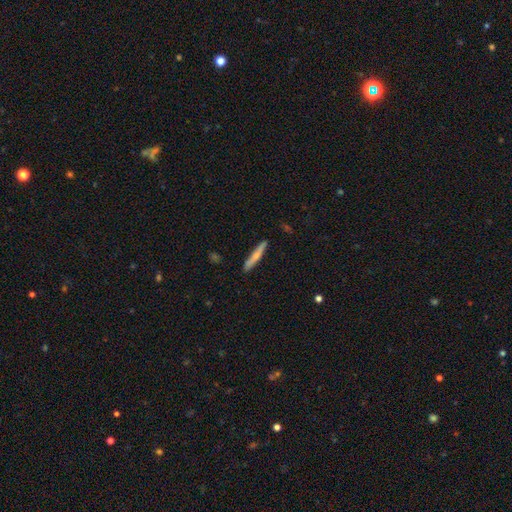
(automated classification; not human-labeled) Q: Smooth or featured?
A: smooth (61%); runner-up: featured or disk (33%)
Q: How rounded?
A: cigar-shaped (95%); runner-up: in between (4%)
Q: Merging?
A: none (89%); runner-up: minor disturbance (8%)